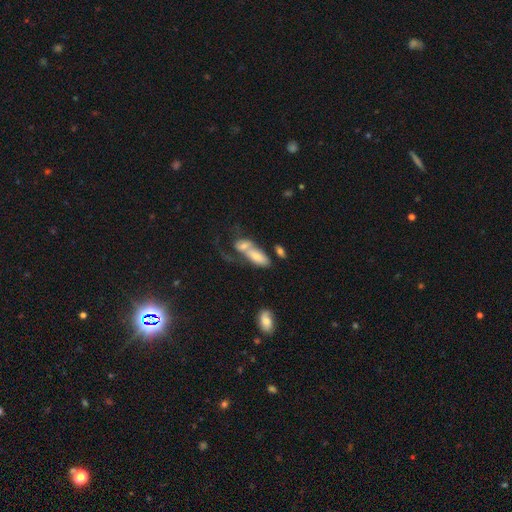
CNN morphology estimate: Q: Smooth or featured?
A: smooth (65%); runner-up: featured or disk (26%)
Q: How rounded?
A: in between (83%); runner-up: cigar-shaped (14%)
Q: Merging?
A: merger (59%); runner-up: none (21%)